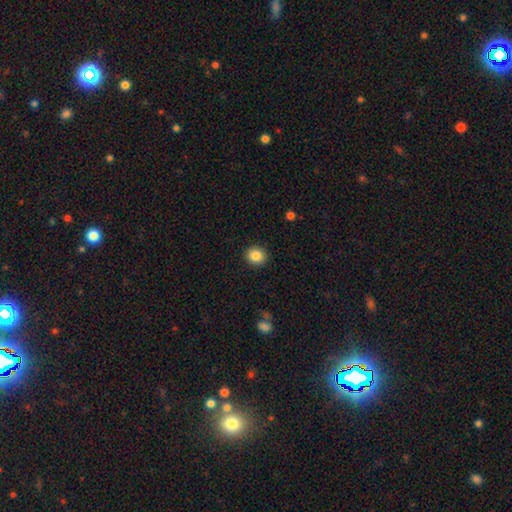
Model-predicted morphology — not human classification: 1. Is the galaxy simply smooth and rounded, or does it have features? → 85% smooth, 9% star or artifact, 5% featured or disk.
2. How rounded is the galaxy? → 80% round, 19% in between, 1% cigar-shaped.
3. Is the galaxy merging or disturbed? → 91% none, 6% minor disturbance, 2% major disturbance, 1% merger.